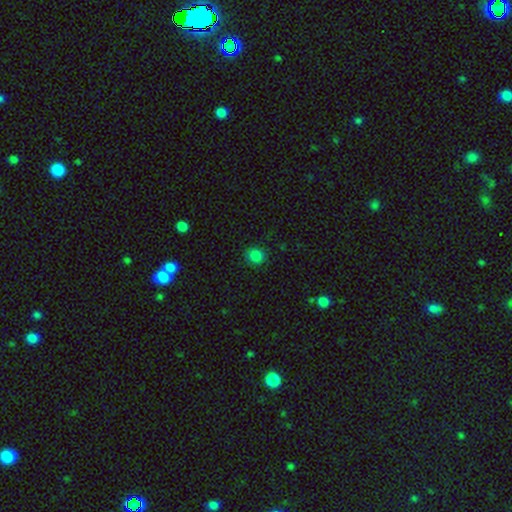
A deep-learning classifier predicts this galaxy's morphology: Smooth or featured? Predicted: smooth (p=0.84). How rounded? Predicted: round (p=0.86). Merging? Predicted: none (p=0.89).